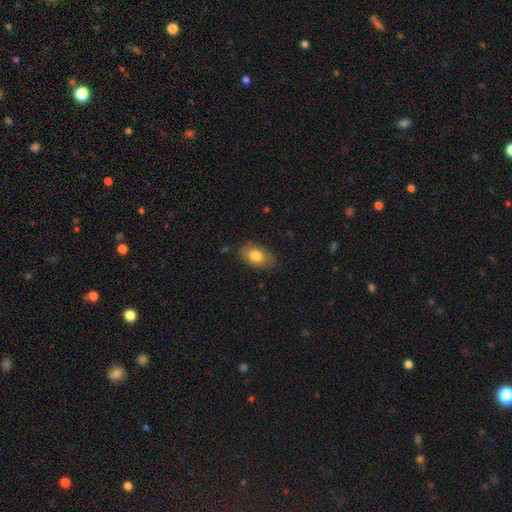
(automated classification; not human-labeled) Smooth or featured? Predicted: smooth (p=0.77). How rounded? Predicted: in between (p=0.89). Merging? Predicted: none (p=0.80).